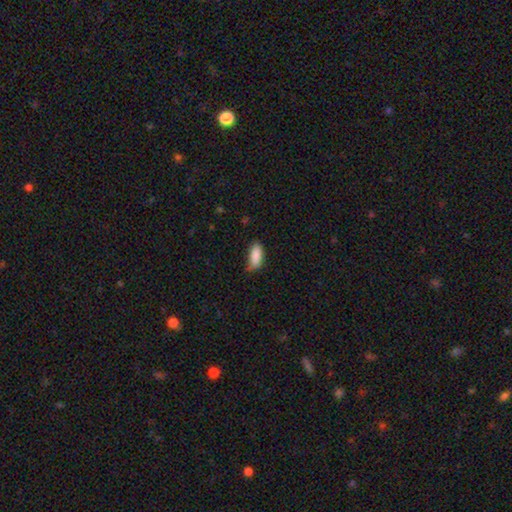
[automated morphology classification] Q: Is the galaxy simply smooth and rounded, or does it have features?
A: smooth — 88%.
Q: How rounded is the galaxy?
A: in between — 86%.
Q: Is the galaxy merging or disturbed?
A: none — 60%.